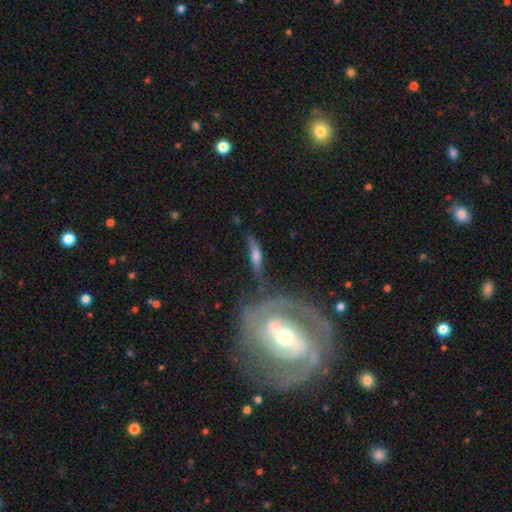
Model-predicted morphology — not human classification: smooth_or_featured: featured or disk (p=0.54) [alt: smooth p=0.38]
disk_edge_on: yes (p=0.62) [alt: no p=0.38]
merging: none (p=0.55) [alt: minor disturbance p=0.21]